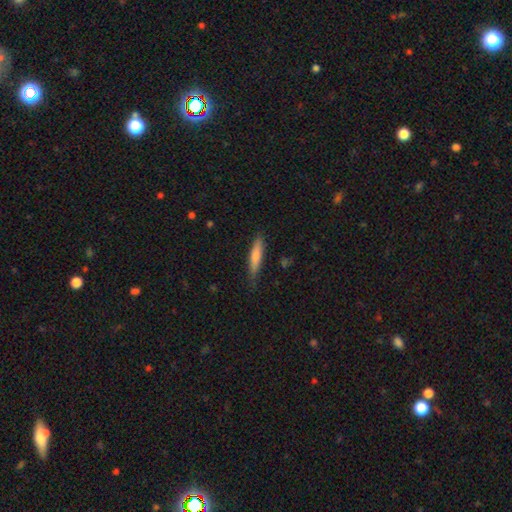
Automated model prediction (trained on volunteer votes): smooth 73%, featured or disk 21%, star or artifact 6%. Down the decision tree: how rounded — cigar-shaped (86%); merging — none (80%).